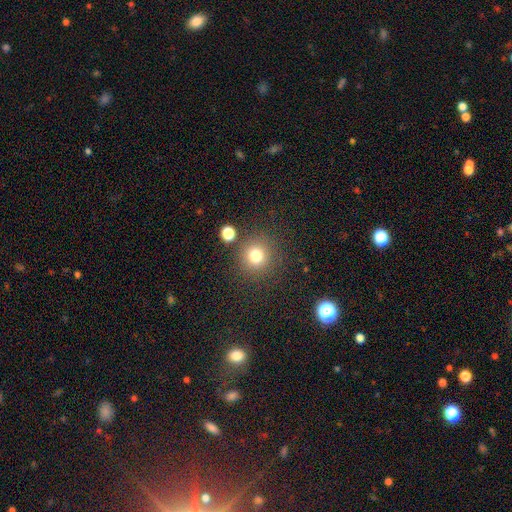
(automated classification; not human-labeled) Smooth or featured? smooth (78%)
How rounded? round (93%)
Merging? none (83%)